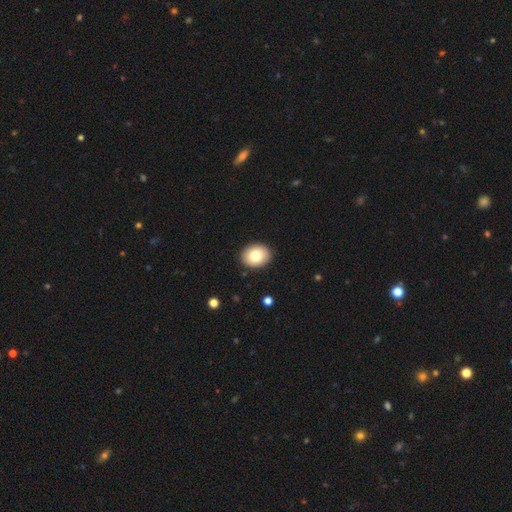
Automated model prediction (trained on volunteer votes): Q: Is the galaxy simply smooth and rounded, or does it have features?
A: smooth — 78%.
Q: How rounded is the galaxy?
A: in between — 51%.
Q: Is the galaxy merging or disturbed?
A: none — 90%.